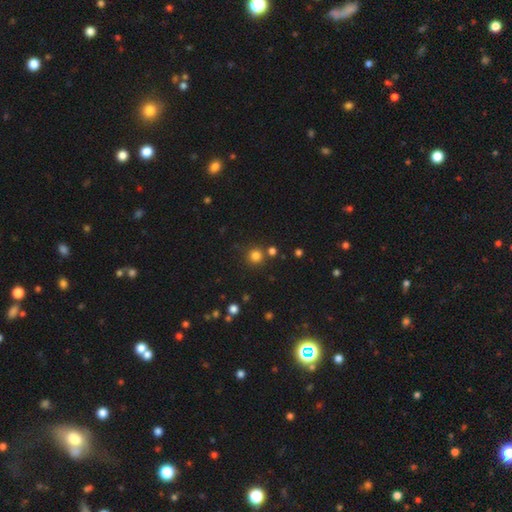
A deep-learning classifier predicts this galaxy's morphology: type=smooth (80%); roundness=round (94%); merging=none (81%).